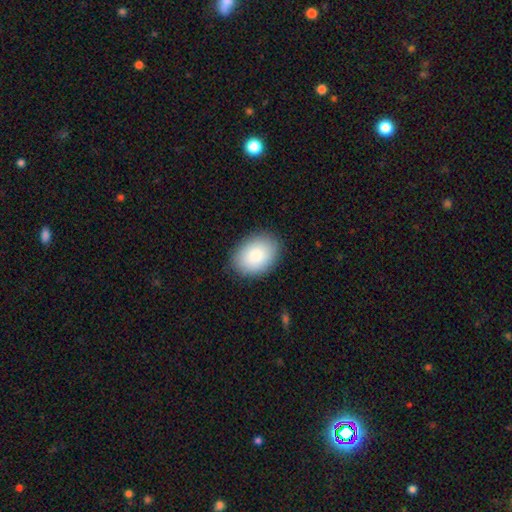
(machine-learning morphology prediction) Overall: smooth (84%). How rounded: in between (75%). Merging: none (87%).